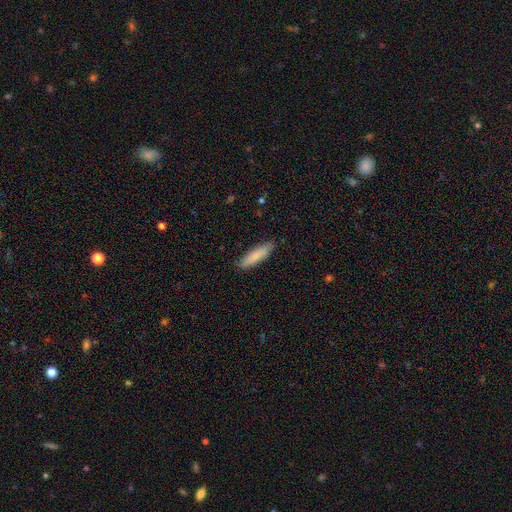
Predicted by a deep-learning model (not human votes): Q: Smooth or featured?
A: smooth (83%); runner-up: featured or disk (11%)
Q: How rounded?
A: cigar-shaped (72%); runner-up: in between (26%)
Q: Merging?
A: none (86%); runner-up: minor disturbance (11%)